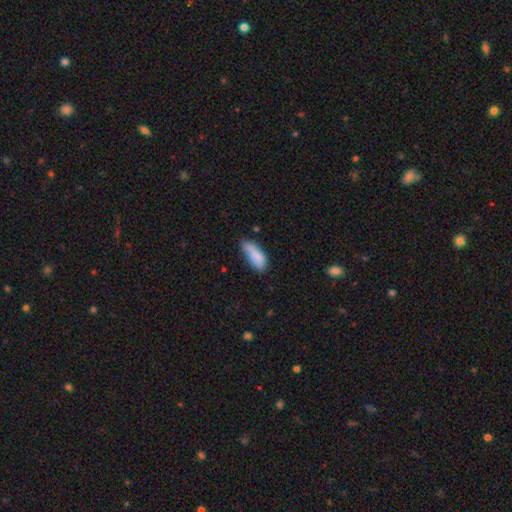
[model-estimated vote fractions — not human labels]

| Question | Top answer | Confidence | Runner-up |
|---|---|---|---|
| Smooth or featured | smooth | 81% | featured or disk (11%) |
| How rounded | in between | 76% | cigar-shaped (22%) |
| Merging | none | 45% | minor disturbance (40%) |